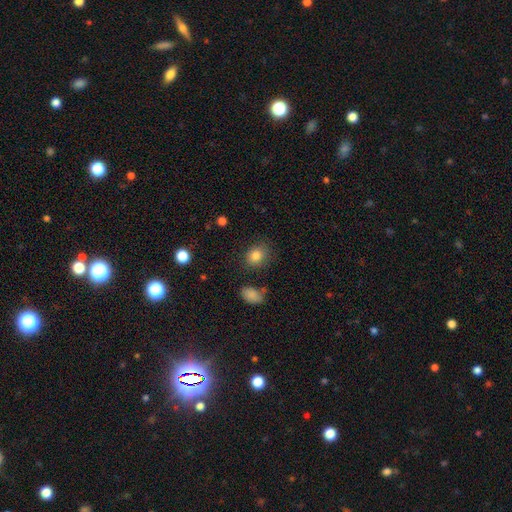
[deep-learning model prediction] Smooth or featured? Predicted: smooth (p=0.83). How rounded? Predicted: round (p=0.53). Merging? Predicted: none (p=0.79).